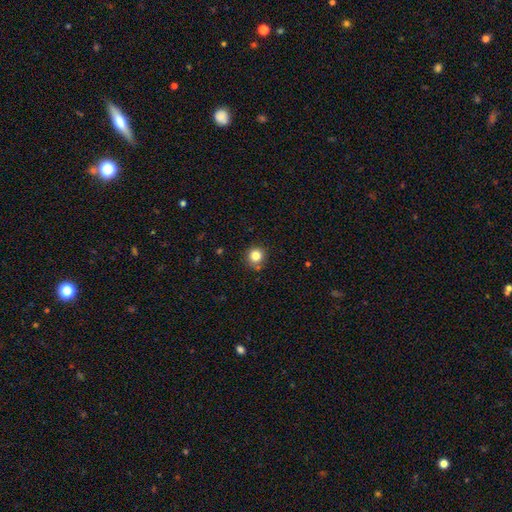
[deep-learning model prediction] smooth-or-featured: smooth: 83% | star or artifact: 12% | featured or disk: 5%
  how-rounded: round: 92% | in between: 7% | cigar-shaped: 1%
  merging: none: 81% | minor disturbance: 13% | merger: 3% | major disturbance: 3%